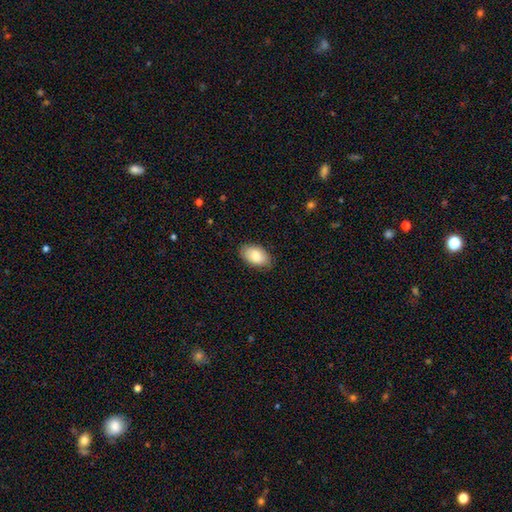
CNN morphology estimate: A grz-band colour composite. It shows a smooth galaxy with no disk features (80%) that is in between round and cigar-shaped (93%). Merging: none (83%).